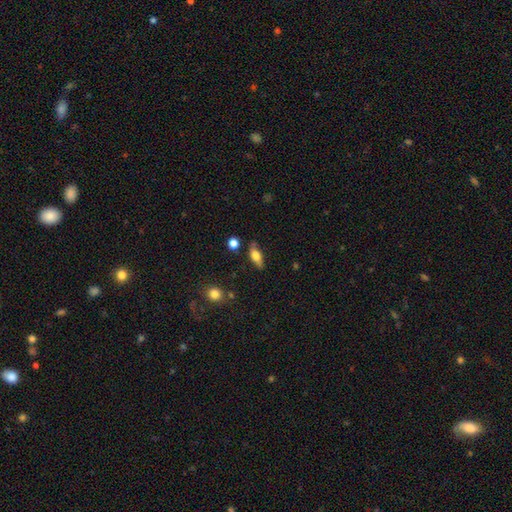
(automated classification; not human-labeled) smooth-or-featured: smooth: 62% | featured or disk: 30% | star or artifact: 8%
  how-rounded: in between: 73% | cigar-shaped: 21% | round: 5%
  merging: none: 75% | minor disturbance: 17% | merger: 4% | major disturbance: 4%